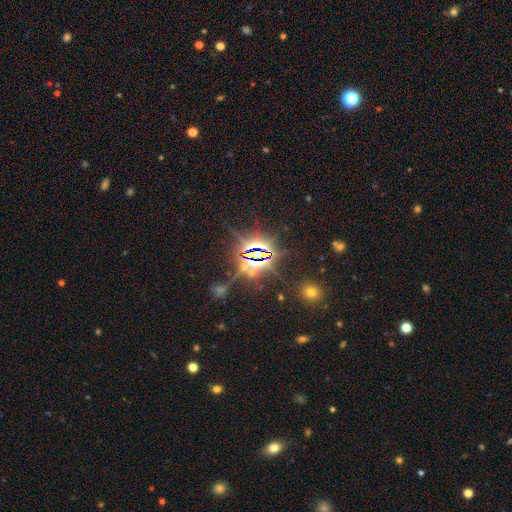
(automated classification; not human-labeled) Smooth or featured? Predicted: star or artifact (p=0.83).